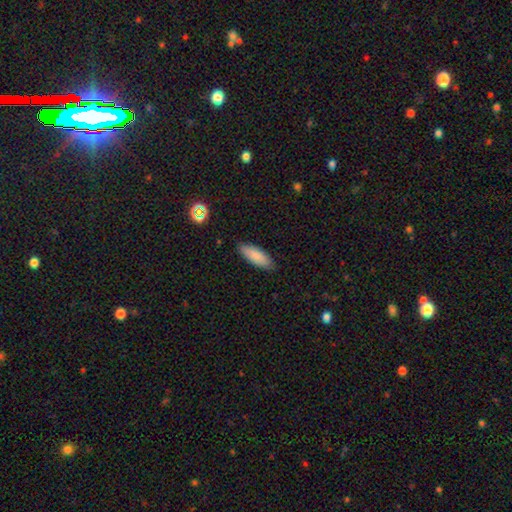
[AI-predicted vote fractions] Smooth or featured? smooth (86%)
How rounded? in between (68%)
Merging? none (86%)